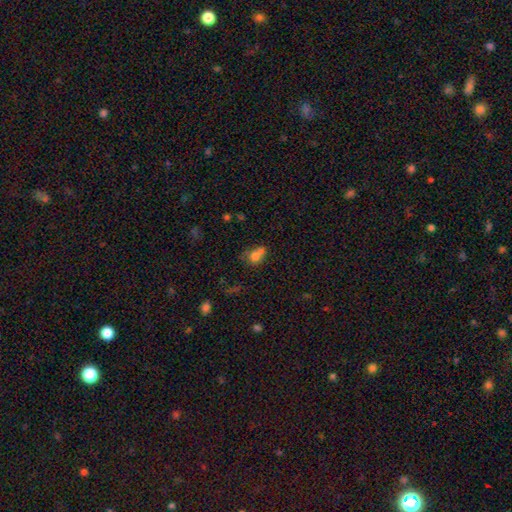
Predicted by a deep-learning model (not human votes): The model was most divided on "merging": merger: 45%, none: 32%, minor disturbance: 15%, major disturbance: 8%. More confident: smooth or featured — smooth (73%); how rounded — round (60%).